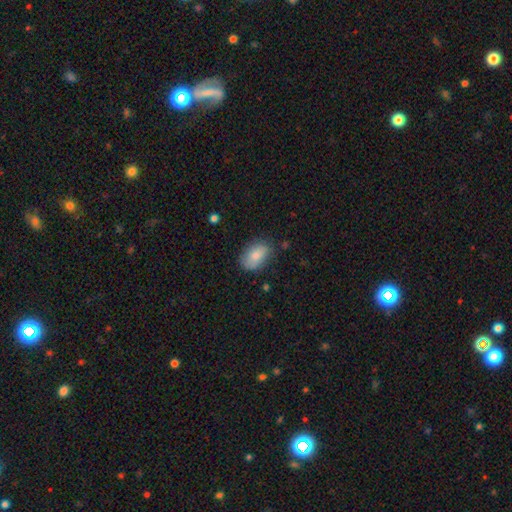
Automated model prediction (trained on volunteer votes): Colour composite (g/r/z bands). It shows a smooth galaxy with no disk features (82%) that is in between round and cigar-shaped (90%). Merging: none (76%).